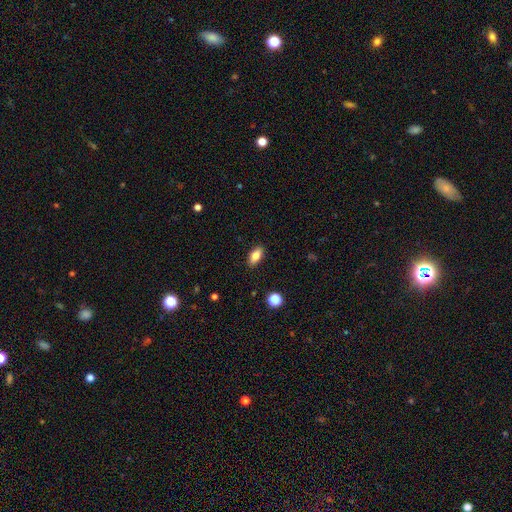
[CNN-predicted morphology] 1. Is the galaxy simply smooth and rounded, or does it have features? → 81% smooth, 11% featured or disk, 8% star or artifact.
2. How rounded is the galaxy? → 88% in between, 8% cigar-shaped, 5% round.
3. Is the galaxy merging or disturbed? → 89% none, 8% minor disturbance, 2% major disturbance, 1% merger.